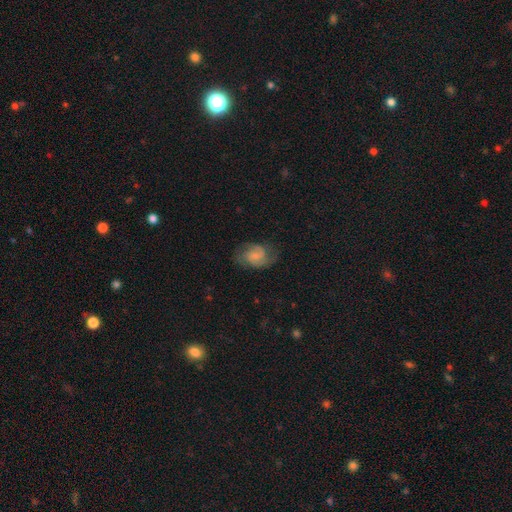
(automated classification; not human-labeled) featured or disk 61%, smooth 32%, star or artifact 8%. Down the decision tree: edge-on disk — no (97%); bar — no (48%); spiral arms — yes (91%); spiral arm count — 2 (72%); spiral winding — medium (49%); bulge size — small (42%); merging — none (66%).